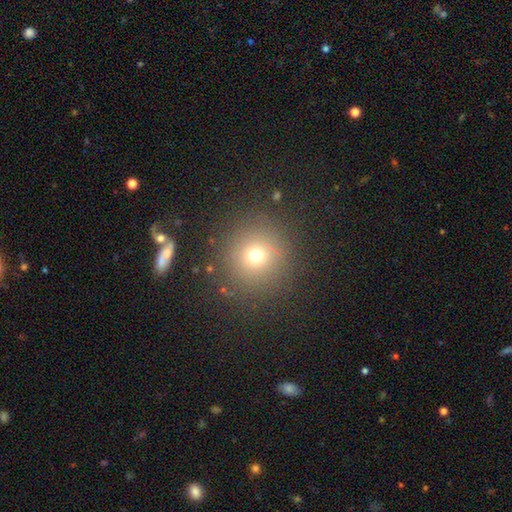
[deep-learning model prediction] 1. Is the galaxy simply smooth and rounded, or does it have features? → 68% smooth, 21% star or artifact, 11% featured or disk.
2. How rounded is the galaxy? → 93% round, 6% in between, 1% cigar-shaped.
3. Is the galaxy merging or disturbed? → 86% none, 8% minor disturbance, 5% major disturbance, 2% merger.